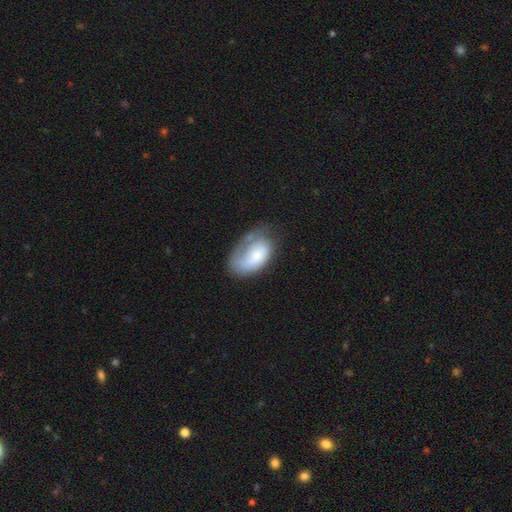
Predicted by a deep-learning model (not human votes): smooth_or_featured: smooth (p=0.53) [alt: featured or disk p=0.41]
how_rounded: in between (p=0.91) [alt: round p=0.07]
merging: none (p=0.41) [alt: minor disturbance p=0.29]